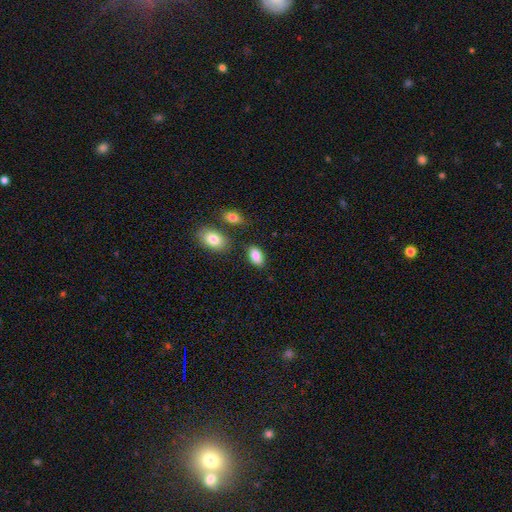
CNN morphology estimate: This appears to be a smooth galaxy with no disk features (87%) that is in between round and cigar-shaped (93%). Merging: none (80%).